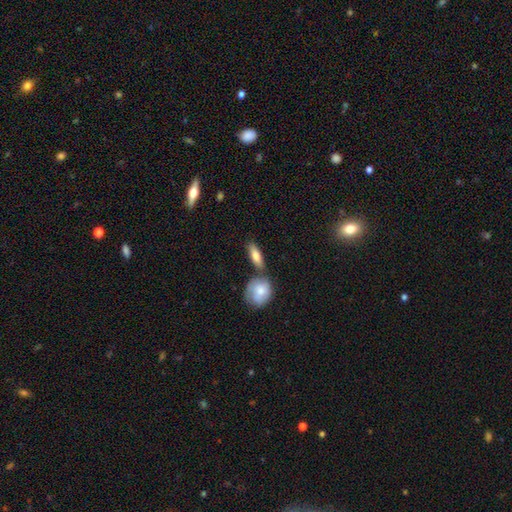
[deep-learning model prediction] Q: Smooth or featured?
A: smooth (74%); runner-up: featured or disk (20%)
Q: How rounded?
A: in between (57%); runner-up: cigar-shaped (37%)
Q: Merging?
A: none (66%); runner-up: merger (17%)